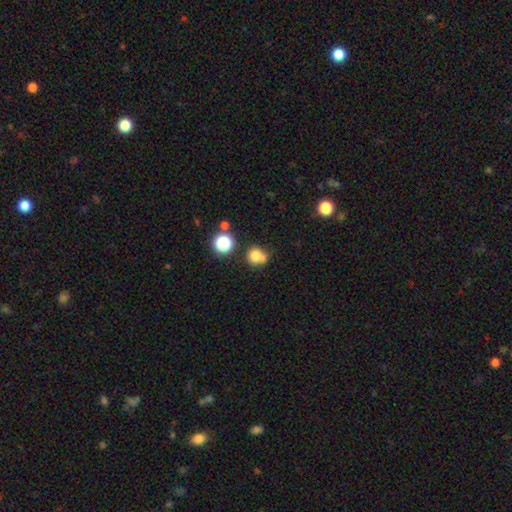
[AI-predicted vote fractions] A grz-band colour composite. It shows a smooth galaxy with no disk features (77%) that is round (79%). Merging: none (49%).